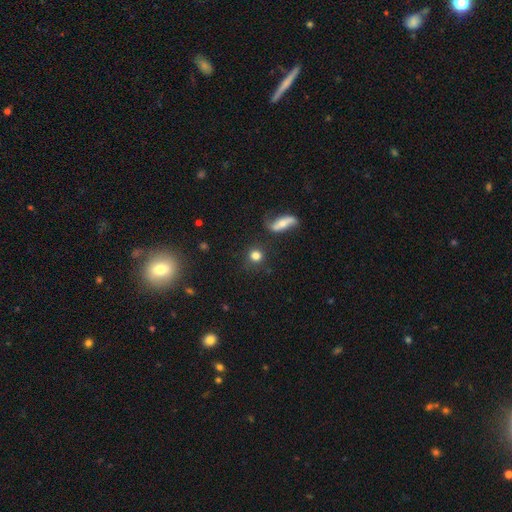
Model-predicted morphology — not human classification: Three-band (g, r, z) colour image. It shows a smooth galaxy with no disk features (80%) that is round (89%). Merging: none (80%).